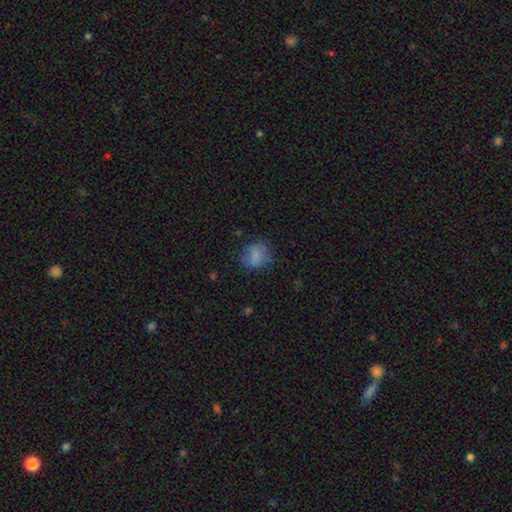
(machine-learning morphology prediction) smooth-or-featured: smooth: 76% | featured or disk: 14% | star or artifact: 10%
  how-rounded: round: 69% | in between: 30% | cigar-shaped: 1%
  merging: none: 66% | minor disturbance: 22% | major disturbance: 10% | merger: 2%